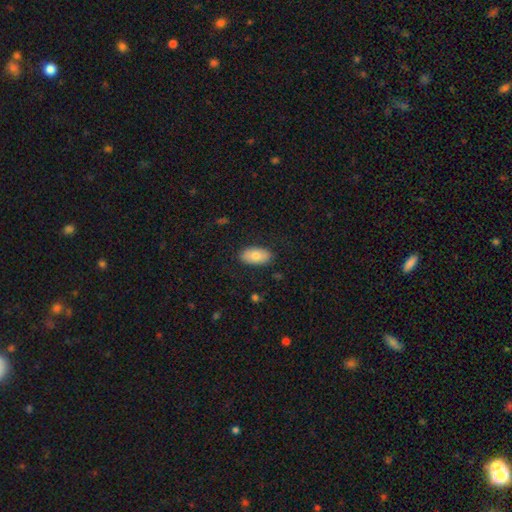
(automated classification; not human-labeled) Smooth or featured?
  - smooth: 76% *
  - featured or disk: 17%
  - star or artifact: 6%
How rounded?
  - in between: 94% *
  - round: 4%
  - cigar-shaped: 2%
Merging?
  - none: 86% *
  - minor disturbance: 11%
  - major disturbance: 3%
  - merger: 1%